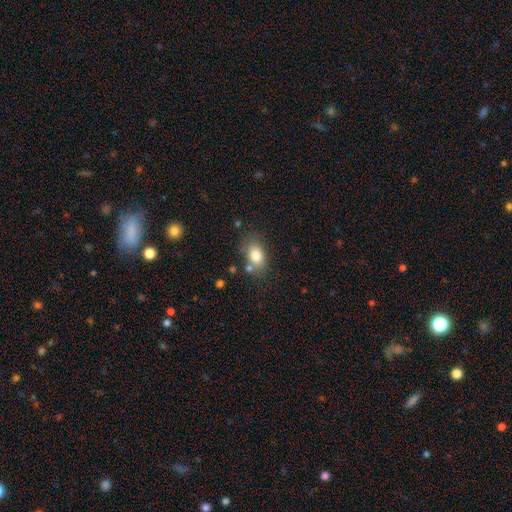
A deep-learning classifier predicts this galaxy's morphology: A smooth galaxy with no disk features (80%) that is in between round and cigar-shaped (77%).

Vote fractions:
- Smooth or featured? smooth: 80% / featured or disk: 10% / star or artifact: 9%
- How rounded? in between: 77% / round: 21% / cigar-shaped: 2%
- Merging? none: 69% / minor disturbance: 17% / merger: 9% / major disturbance: 5%